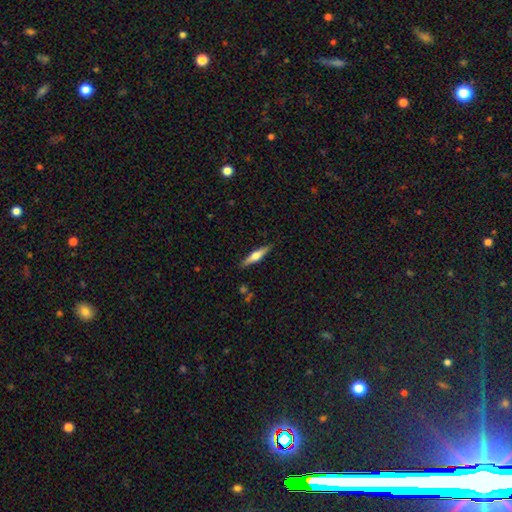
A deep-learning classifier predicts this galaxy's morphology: A featured or disk galaxy (56%) viewed edge-on (96%) with a rounded central bulge (91%).

Vote fractions:
- Smooth or featured? featured or disk: 56% / smooth: 39% / star or artifact: 6%
- Edge-on disk? yes: 96% / no: 4%
- Edge-on bulge? rounded: 91% / boxy: 6% / none: 4%
- Merging? none: 88% / minor disturbance: 9% / major disturbance: 2% / merger: 1%